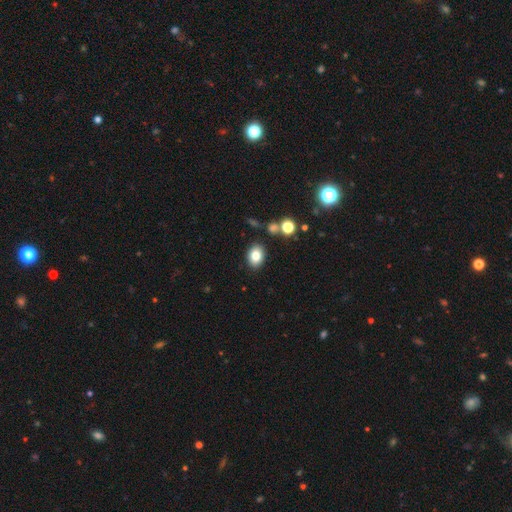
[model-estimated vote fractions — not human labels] smooth-or-featured: smooth: 81% | star or artifact: 10% | featured or disk: 8%
  how-rounded: in between: 69% | round: 30% | cigar-shaped: 1%
  merging: none: 85% | minor disturbance: 9% | merger: 4% | major disturbance: 3%